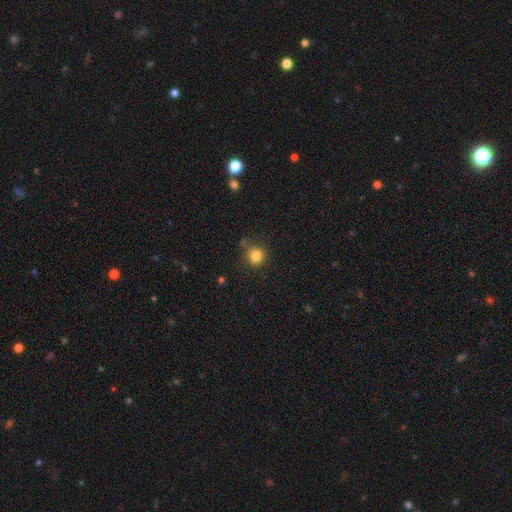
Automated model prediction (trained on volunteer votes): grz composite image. It shows a smooth galaxy with no disk features (83%) that is round (86%). Merging: none (73%).